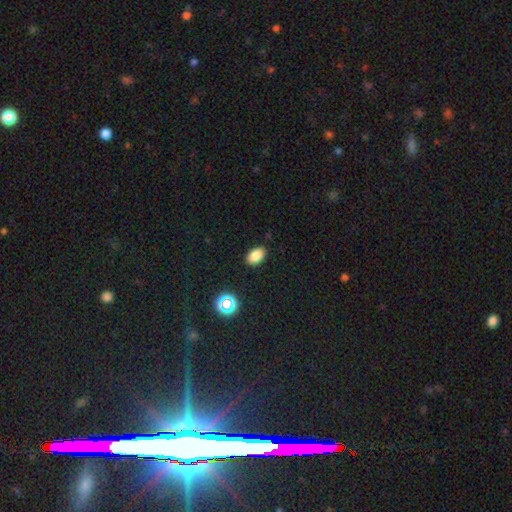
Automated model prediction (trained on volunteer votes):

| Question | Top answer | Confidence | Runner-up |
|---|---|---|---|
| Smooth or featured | smooth | 82% | star or artifact (12%) |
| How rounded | in between | 89% | round (9%) |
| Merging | none | 87% | minor disturbance (9%) |